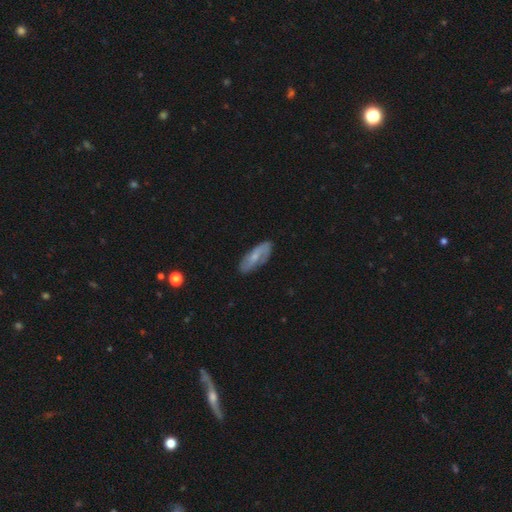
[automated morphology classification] Q: Smooth or featured?
A: smooth (48%); runner-up: featured or disk (45%)
Q: Merging?
A: none (78%); runner-up: minor disturbance (16%)